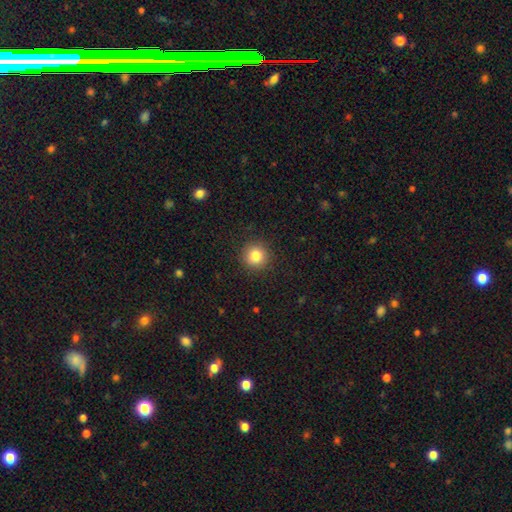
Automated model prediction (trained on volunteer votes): smooth_or_featured: smooth (p=0.84) [alt: star or artifact p=0.10]
how_rounded: round (p=0.94) [alt: in between p=0.05]
merging: none (p=0.91) [alt: minor disturbance p=0.06]